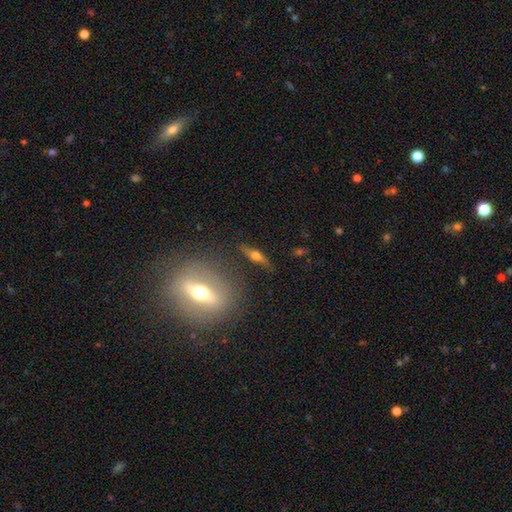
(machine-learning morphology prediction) smooth-or-featured: featured or disk: 61% | smooth: 29% | star or artifact: 9%
  disk-edge-on: yes: 90% | no: 10%
    edge-on-bulge: rounded: 94% | boxy: 4% | none: 2%
  merging: none: 79% | minor disturbance: 12% | major disturbance: 4% | merger: 4%